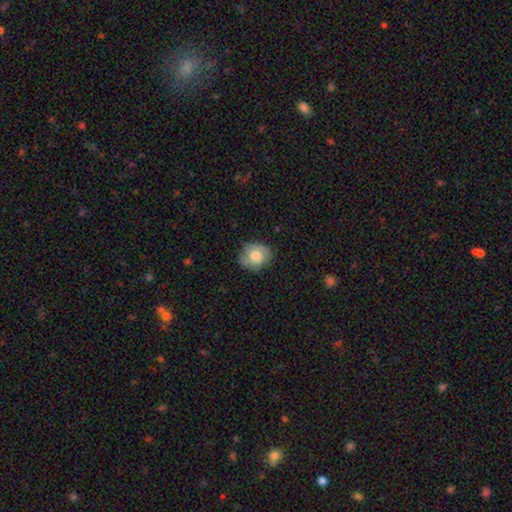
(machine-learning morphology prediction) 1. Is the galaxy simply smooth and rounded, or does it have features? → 62% smooth, 30% featured or disk, 8% star or artifact.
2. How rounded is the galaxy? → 72% round, 27% in between, 1% cigar-shaped.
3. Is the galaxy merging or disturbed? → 72% none, 22% minor disturbance, 5% major disturbance, 1% merger.